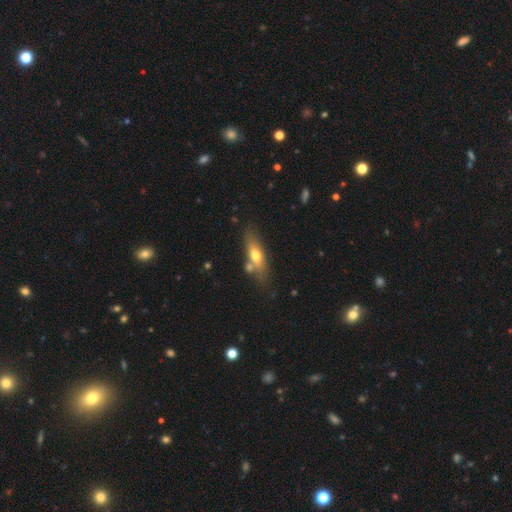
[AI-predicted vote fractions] Q: Smooth or featured?
A: smooth (55%); runner-up: featured or disk (39%)
Q: How rounded?
A: in between (51%); runner-up: cigar-shaped (45%)
Q: Merging?
A: none (65%); runner-up: minor disturbance (16%)